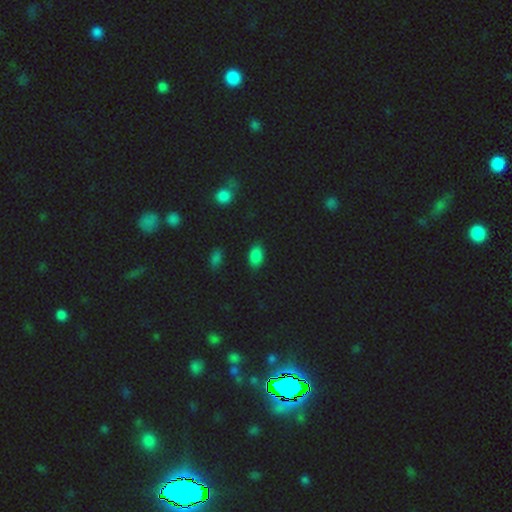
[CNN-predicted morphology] smooth-or-featured: smooth: 83% | star or artifact: 13% | featured or disk: 4%
  how-rounded: in between: 91% | round: 7% | cigar-shaped: 2%
  merging: none: 86% | minor disturbance: 10% | major disturbance: 2% | merger: 2%